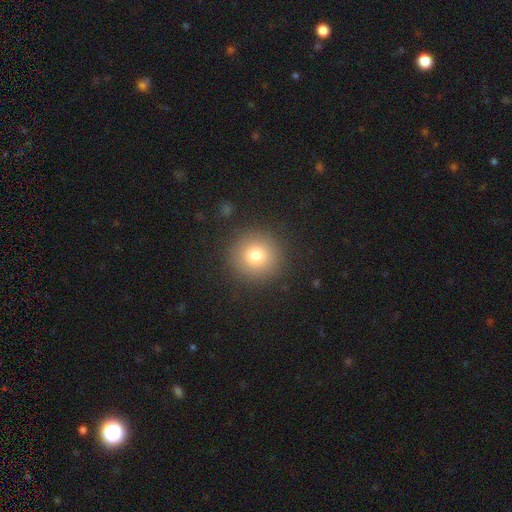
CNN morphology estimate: type=smooth (77%); roundness=round (94%); merging=none (90%).